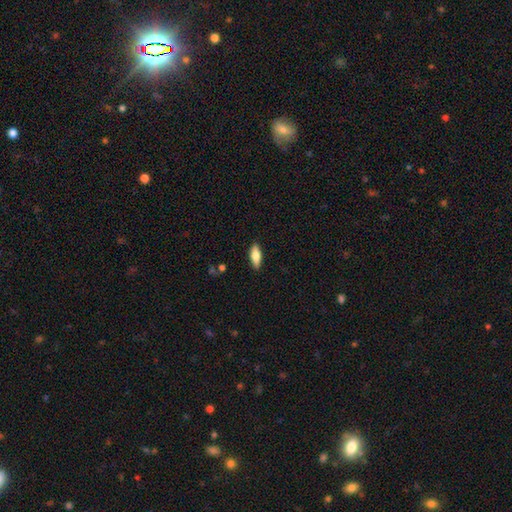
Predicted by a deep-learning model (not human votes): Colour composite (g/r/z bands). It shows a smooth galaxy with no disk features (68%) that is in between round and cigar-shaped (67%). Merging: none (89%).